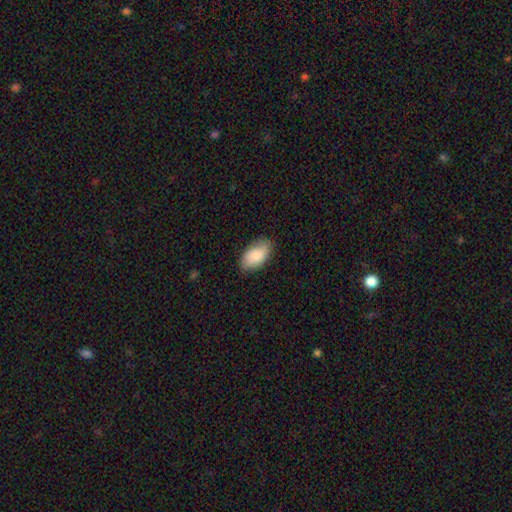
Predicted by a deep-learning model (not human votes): Smooth or featured: smooth — 84% (featured or disk — 10%)
How rounded: in between — 94% (round — 3%)
Merging: none — 80% (minor disturbance — 16%)